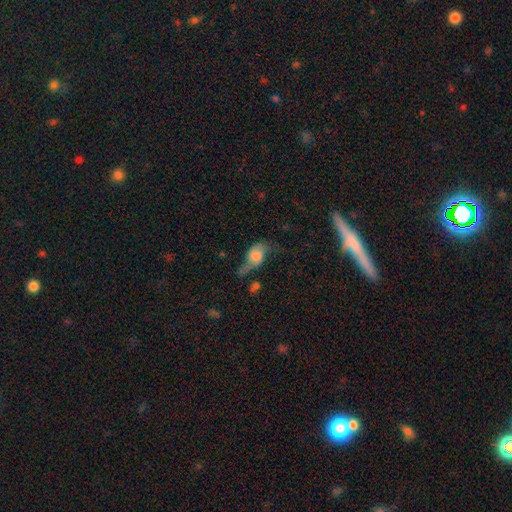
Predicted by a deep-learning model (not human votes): A smooth galaxy with no disk features (53%) that is in between round and cigar-shaped (76%). Merging: major disturbance (37%).